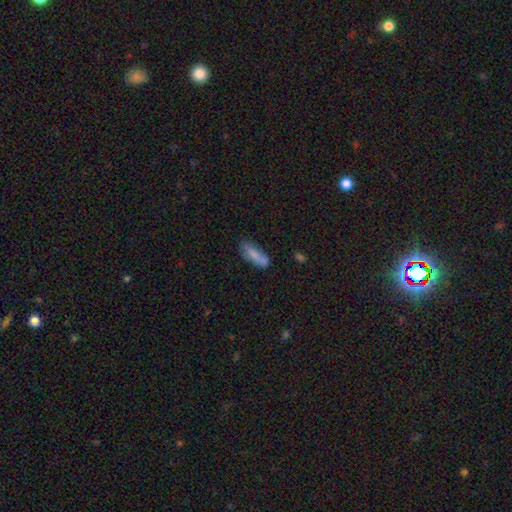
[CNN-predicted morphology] type=smooth (78%); roundness=in between (56%); merging=none (58%).